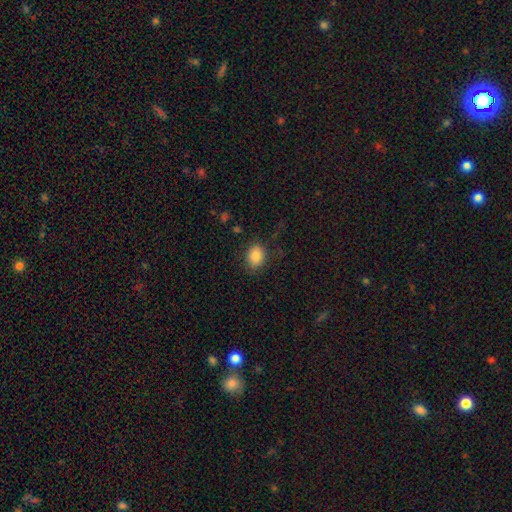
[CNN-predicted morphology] Smooth or featured? Predicted: smooth (p=0.84). How rounded? Predicted: in between (p=0.62). Merging? Predicted: none (p=0.79).